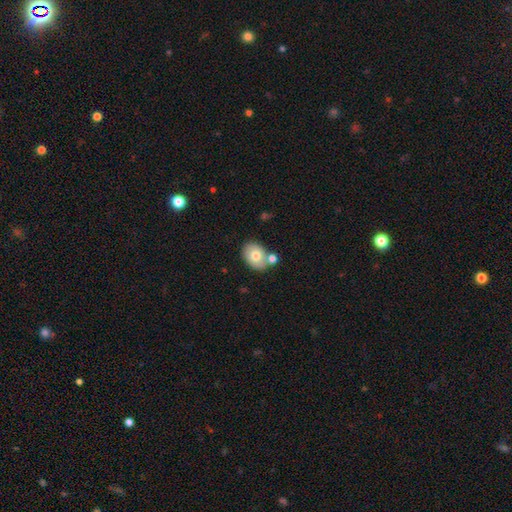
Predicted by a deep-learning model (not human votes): A smooth galaxy with no disk features (74%) that is in between round and cigar-shaped (69%).

Vote fractions:
- Smooth or featured? smooth: 74% / featured or disk: 18% / star or artifact: 8%
- How rounded? in between: 69% / round: 30% / cigar-shaped: 1%
- Merging? none: 59% / merger: 25% / minor disturbance: 13% / major disturbance: 3%